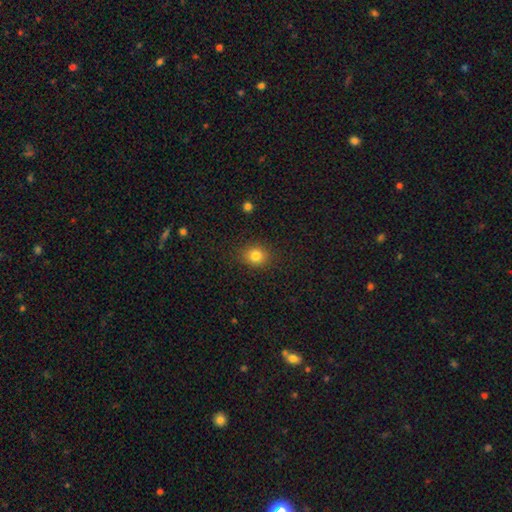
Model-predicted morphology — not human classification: smooth_or_featured: smooth (p=0.81) [alt: star or artifact p=0.12]
how_rounded: round (p=0.70) [alt: in between p=0.29]
merging: none (p=0.87) [alt: minor disturbance p=0.09]